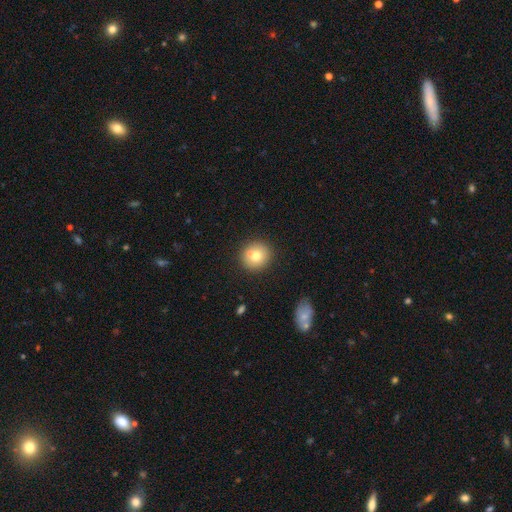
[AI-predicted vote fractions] Q: Smooth or featured?
A: smooth (72%); runner-up: featured or disk (18%)
Q: How rounded?
A: round (90%); runner-up: in between (9%)
Q: Merging?
A: none (73%); runner-up: merger (15%)